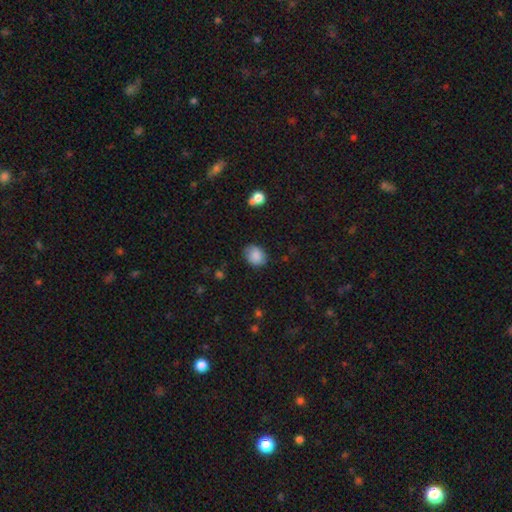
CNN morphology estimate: A smooth galaxy with no disk features (87%) that is in between round and cigar-shaped (51%). Merging: none (78%).